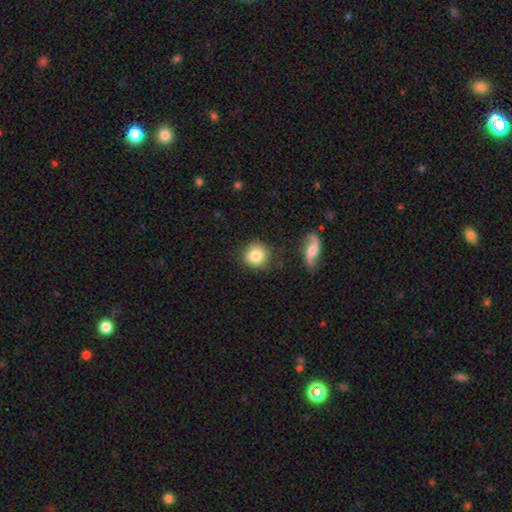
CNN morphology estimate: Smooth or featured? Predicted: smooth (p=0.81). How rounded? Predicted: round (p=0.88). Merging? Predicted: none (p=0.76).